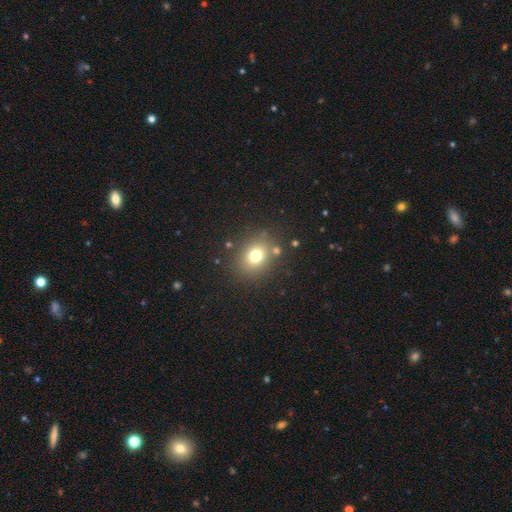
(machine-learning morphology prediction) Overall: smooth (73%). How rounded: round (62%; in between 37%). Merging: none (80%).